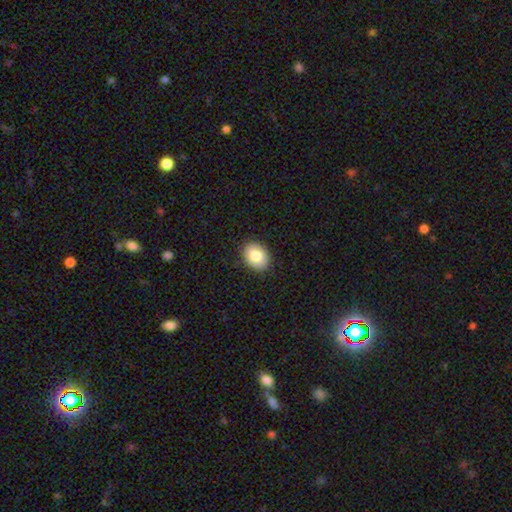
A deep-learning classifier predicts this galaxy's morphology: The model was most divided on "how rounded": in between: 68%, round: 32%, cigar-shaped: 1%. More confident: merging — none (89%); smooth or featured — smooth (83%).